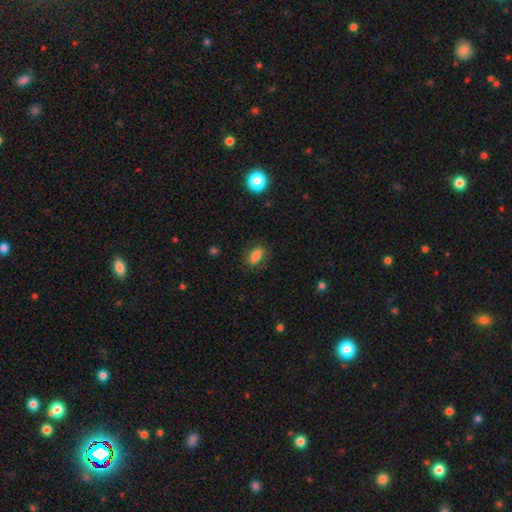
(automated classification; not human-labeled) The model was most divided on "merging": none: 79%, minor disturbance: 15%, major disturbance: 4%, merger: 1%. More confident: how rounded — in between (85%); smooth or featured — smooth (81%).